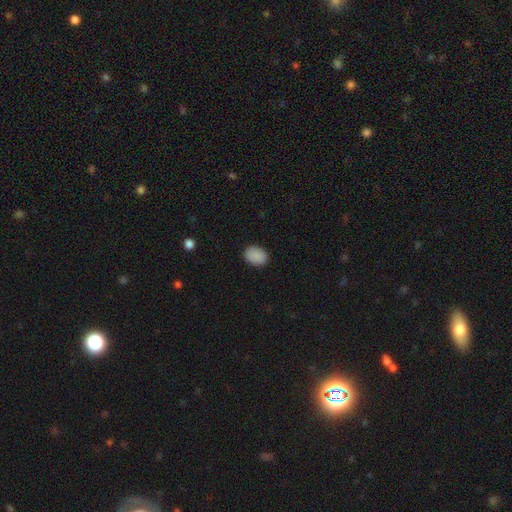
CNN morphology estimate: A smooth galaxy with no disk features (89%) that is in between round and cigar-shaped (65%).

Vote fractions:
- Smooth or featured? smooth: 89% / star or artifact: 8% / featured or disk: 3%
- How rounded? in between: 65% / round: 34% / cigar-shaped: 1%
- Merging? none: 88% / minor disturbance: 9% / major disturbance: 2% / merger: 1%